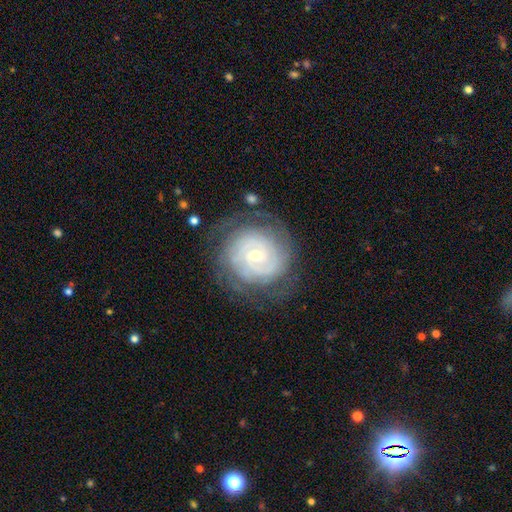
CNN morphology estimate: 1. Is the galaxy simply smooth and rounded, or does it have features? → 82% featured or disk, 11% smooth, 6% star or artifact.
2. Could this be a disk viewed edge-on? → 98% no, 2% yes.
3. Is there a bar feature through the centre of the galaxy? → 59% no, 33% weak, 8% strong.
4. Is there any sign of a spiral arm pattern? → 93% yes, 7% no.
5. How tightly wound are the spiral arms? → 80% tight, 16% medium, 4% loose.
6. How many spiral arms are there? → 43% can't tell, 22% 2, 14% 3, 10% 4, 6% more than 4, 5% 1.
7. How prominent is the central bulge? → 64% small, 33% moderate, 2% large, 1% none, 1% dominant.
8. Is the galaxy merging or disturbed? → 75% none, 15% minor disturbance, 8% major disturbance, 1% merger.